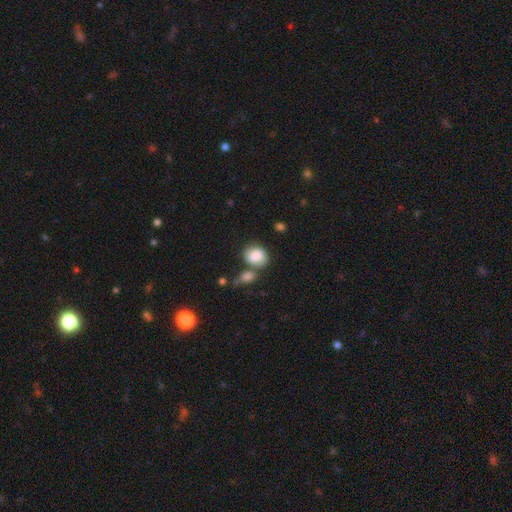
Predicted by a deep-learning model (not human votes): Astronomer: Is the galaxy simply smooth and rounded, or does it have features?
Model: smooth — 85%.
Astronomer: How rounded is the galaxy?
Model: round — 53% (runner-up: in between, 46%).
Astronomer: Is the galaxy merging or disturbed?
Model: none — 50% (runner-up: merger, 28%).